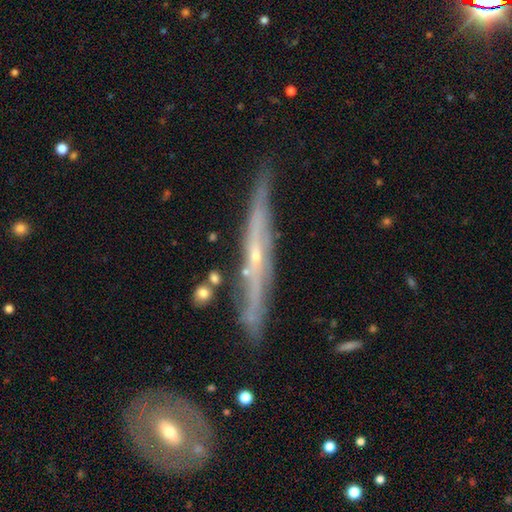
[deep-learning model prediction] This appears to be a featured or disk galaxy (76%) viewed edge-on (90%) with a rounded central bulge (53%). Merging: none (74%).